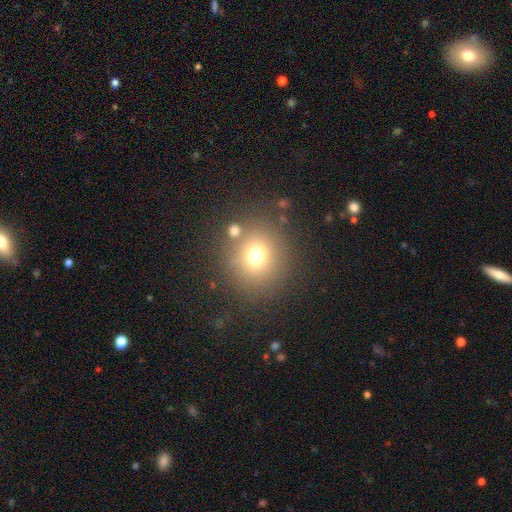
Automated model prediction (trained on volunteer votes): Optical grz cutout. It shows a smooth galaxy with no disk features (71%) that is round (90%). Merging: none (80%).